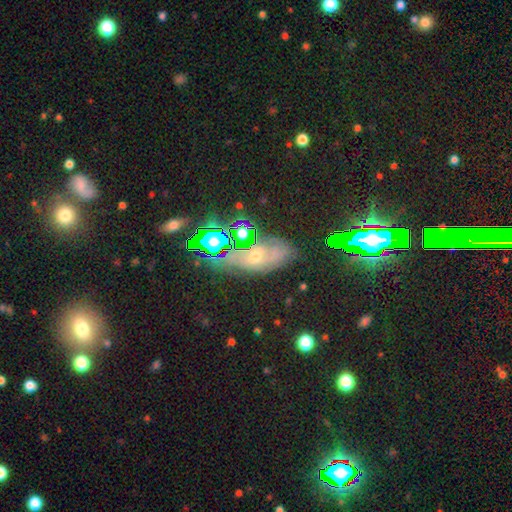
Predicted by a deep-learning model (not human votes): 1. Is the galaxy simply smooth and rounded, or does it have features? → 47% star or artifact, 27% featured or disk, 26% smooth.